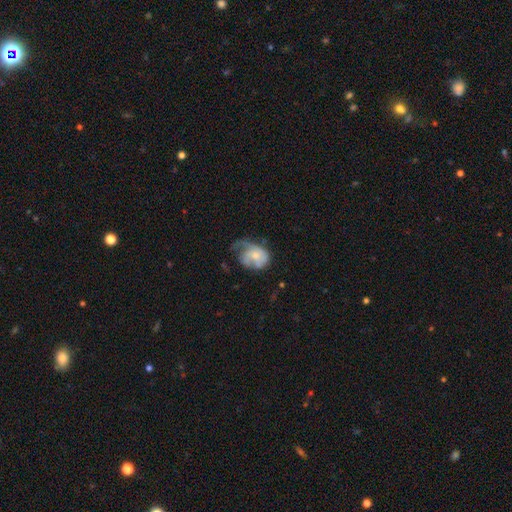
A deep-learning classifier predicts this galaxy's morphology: Smooth or featured? Predicted: featured or disk (p=0.62). Edge-on disk? Predicted: no (p=0.98). Bar? Predicted: no (p=0.74). Spiral arms? Predicted: yes (p=0.78). Bulge size? Predicted: small (p=0.45). Merging? Predicted: major disturbance (p=0.41).